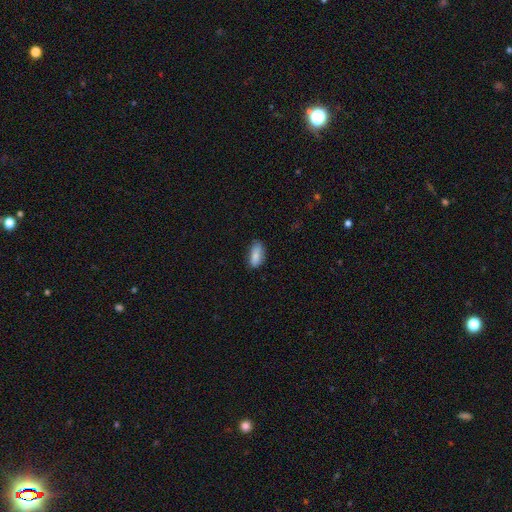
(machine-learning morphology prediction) A smooth galaxy with no disk features (84%) that is in between round and cigar-shaped (83%).

Vote fractions:
- Smooth or featured? smooth: 84% / featured or disk: 8% / star or artifact: 7%
- How rounded? in between: 83% / cigar-shaped: 15% / round: 2%
- Merging? none: 68% / minor disturbance: 26% / major disturbance: 5% / merger: 2%